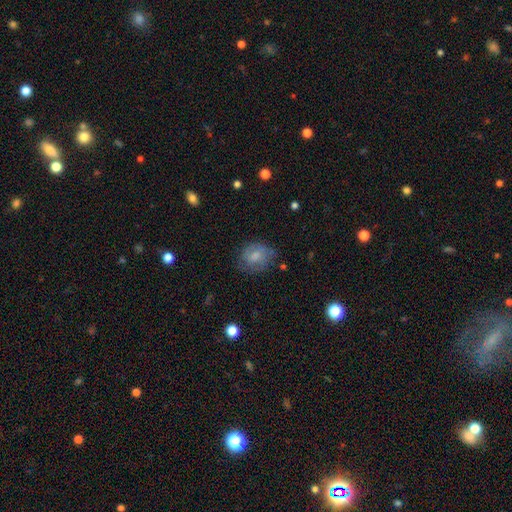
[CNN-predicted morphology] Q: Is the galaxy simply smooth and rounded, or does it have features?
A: smooth — 64%.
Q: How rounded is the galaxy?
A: round — 55%.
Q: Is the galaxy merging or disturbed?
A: none — 65%.